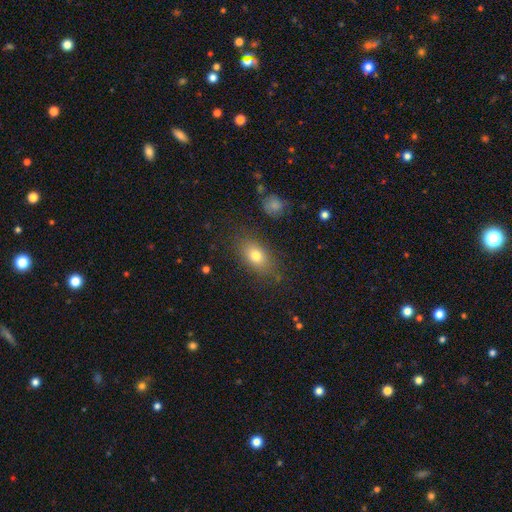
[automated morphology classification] A smooth galaxy with no disk features (77%) that is in between round and cigar-shaped (82%). Merging: none (79%).